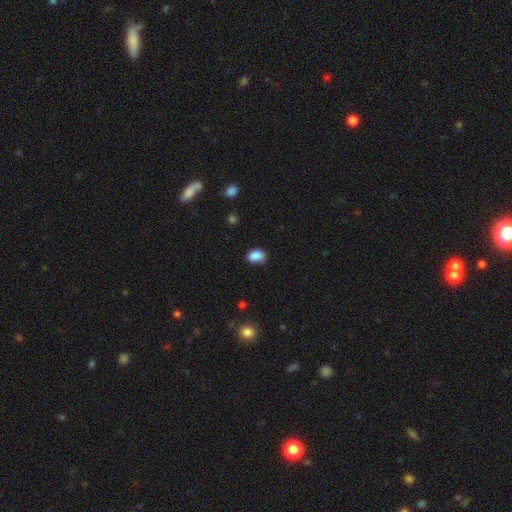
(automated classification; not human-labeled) Smooth or featured? Predicted: smooth (p=0.86). How rounded? Predicted: in between (p=0.72). Merging? Predicted: none (p=0.68).